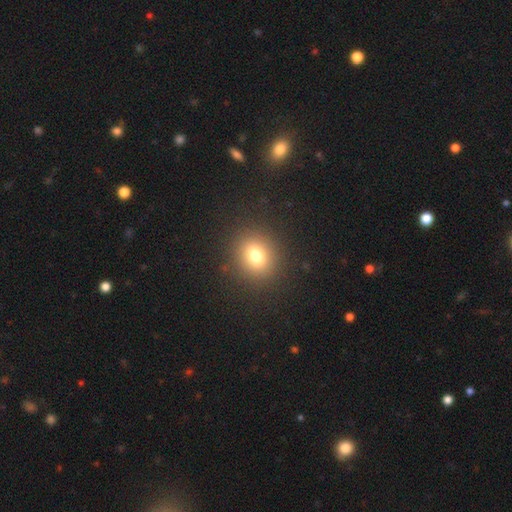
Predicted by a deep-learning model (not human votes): smooth_or_featured: smooth (p=0.75) [alt: star or artifact p=0.15]
how_rounded: round (p=0.67) [alt: in between p=0.32]
merging: none (p=0.89) [alt: minor disturbance p=0.07]